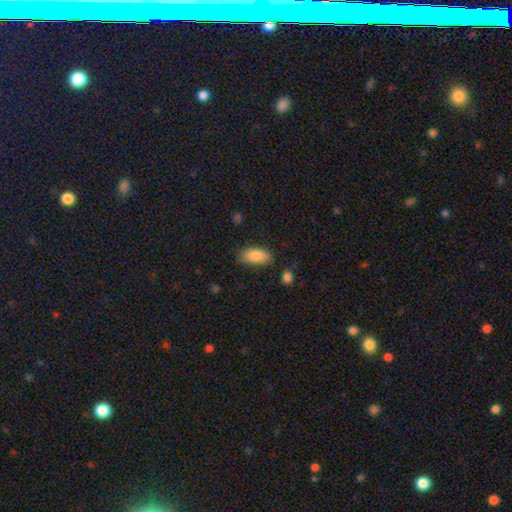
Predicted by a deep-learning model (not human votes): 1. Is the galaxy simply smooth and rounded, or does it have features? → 86% smooth, 8% featured or disk, 7% star or artifact.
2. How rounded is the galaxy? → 89% in between, 9% cigar-shaped, 3% round.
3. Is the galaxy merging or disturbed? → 80% none, 15% minor disturbance, 3% major disturbance, 2% merger.